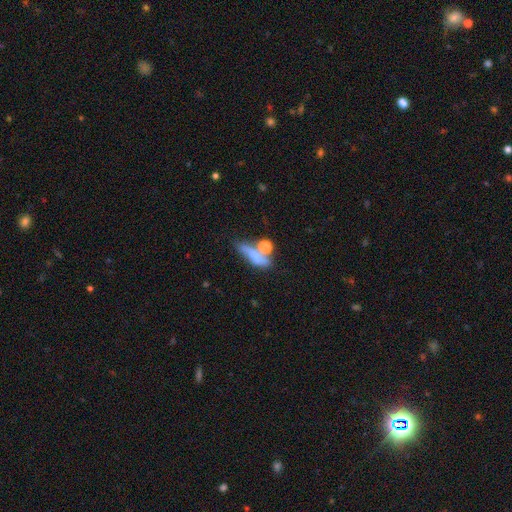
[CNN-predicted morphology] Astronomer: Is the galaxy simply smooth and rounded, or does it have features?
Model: smooth — 63%.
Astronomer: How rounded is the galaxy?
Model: in between — 46% (runner-up: cigar-shaped, 38%).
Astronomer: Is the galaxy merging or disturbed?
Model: none — 32% (runner-up: merger, 31%).